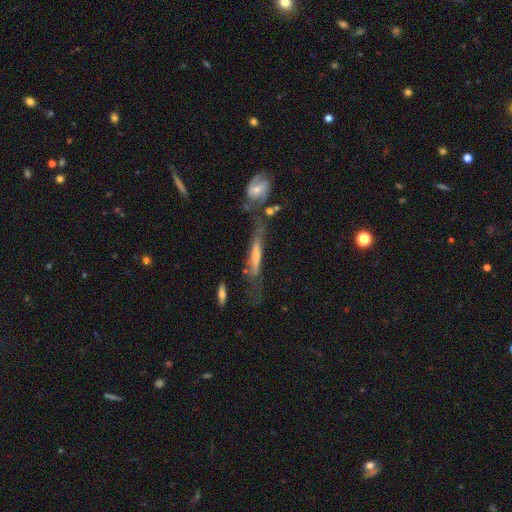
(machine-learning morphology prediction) smooth_or_featured: featured or disk (p=0.60) [alt: smooth p=0.31]
disk_edge_on: yes (p=0.69) [alt: no p=0.31]
merging: none (p=0.41) [alt: minor disturbance p=0.22]